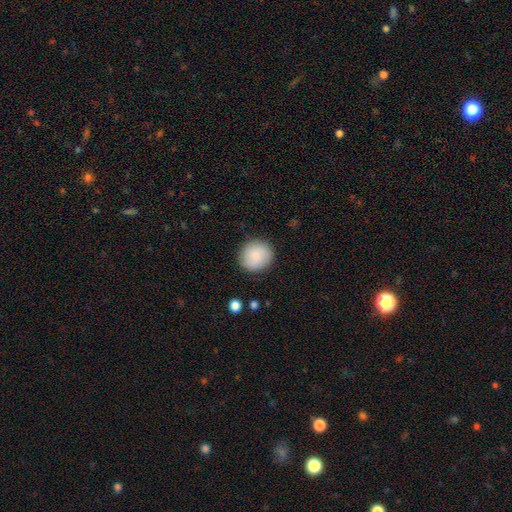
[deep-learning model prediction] Smooth or featured? Predicted: smooth (p=0.86). How rounded? Predicted: round (p=0.91). Merging? Predicted: none (p=0.88).